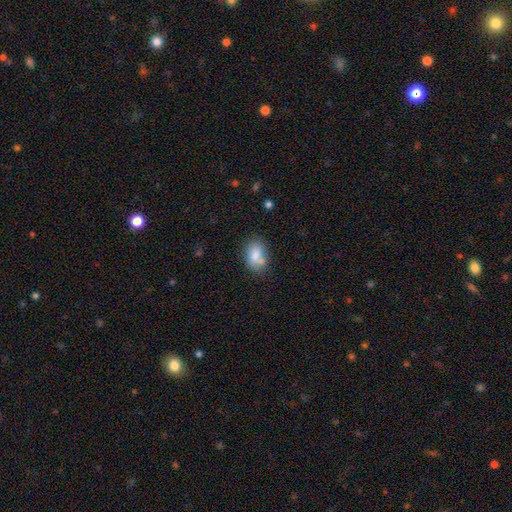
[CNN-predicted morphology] Smooth or featured? Predicted: smooth (p=0.79). How rounded? Predicted: in between (p=0.79). Merging? Predicted: none (p=0.58).